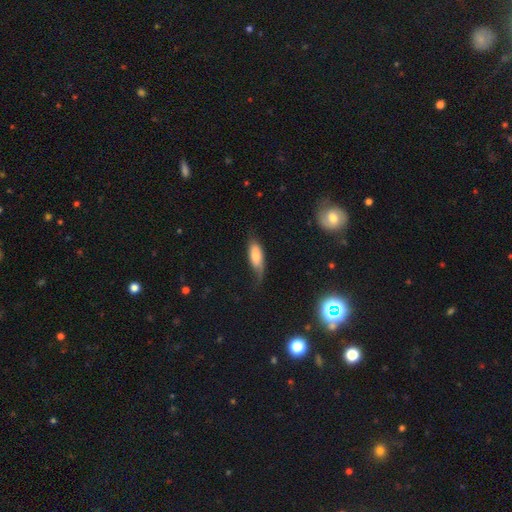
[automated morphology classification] This appears to be a smooth galaxy with no disk features (71%) that is in between round and cigar-shaped (71%). Merging: none (46%).